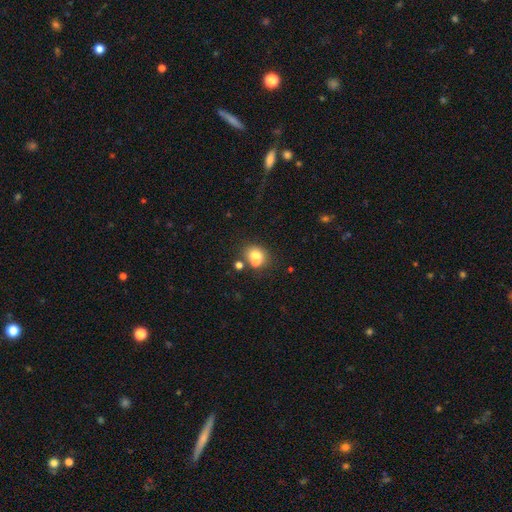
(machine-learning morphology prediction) Smooth or featured?
  - smooth: 67% *
  - featured or disk: 20%
  - star or artifact: 14%
How rounded?
  - round: 72% *
  - in between: 27%
  - cigar-shaped: 1%
Merging?
  - none: 45% *
  - merger: 43%
  - minor disturbance: 8%
  - major disturbance: 4%